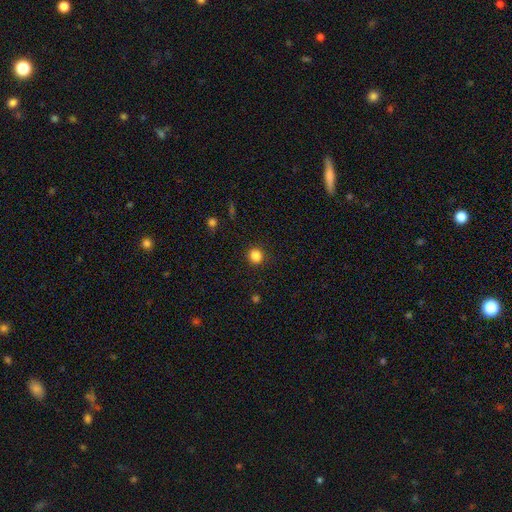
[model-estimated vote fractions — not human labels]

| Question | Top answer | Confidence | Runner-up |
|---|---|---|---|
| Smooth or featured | smooth | 86% | star or artifact (11%) |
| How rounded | round | 86% | in between (13%) |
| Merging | none | 90% | minor disturbance (7%) |